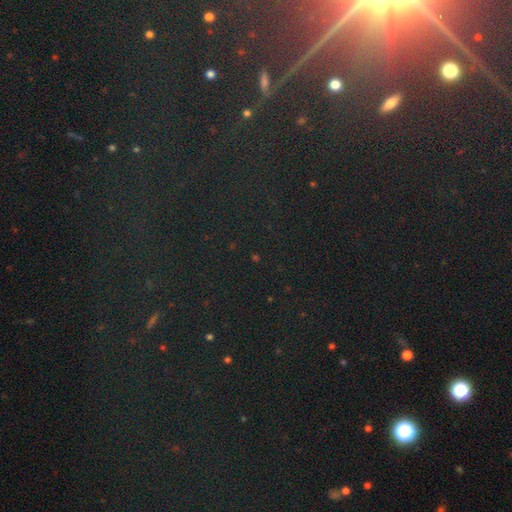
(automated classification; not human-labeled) Overall: star or artifact (81%).